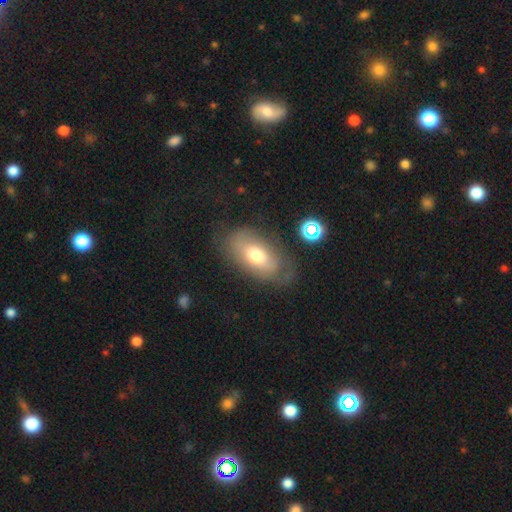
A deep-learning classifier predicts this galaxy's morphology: A smooth galaxy with no disk features (59%) that is in between round and cigar-shaped (91%). Merging: none (61%).